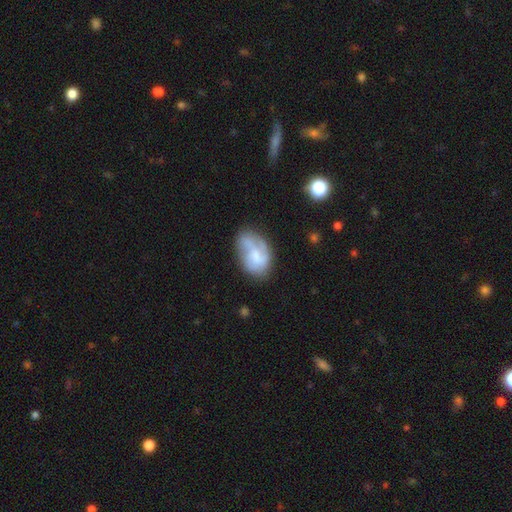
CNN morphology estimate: Smooth or featured? Predicted: featured or disk (p=0.49). Merging? Predicted: none (p=0.49).